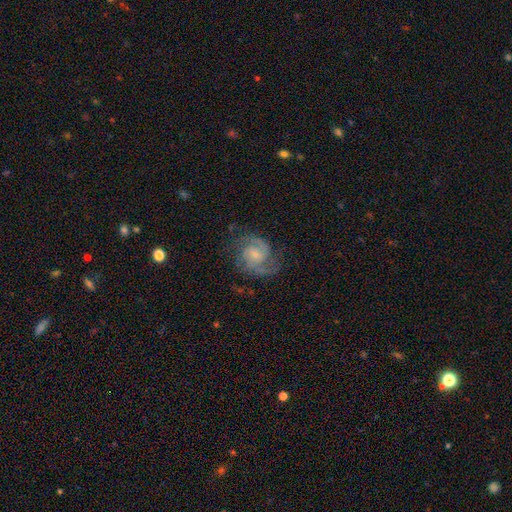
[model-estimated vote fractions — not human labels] Q: Smooth or featured?
A: featured or disk (85%); runner-up: smooth (8%)
Q: Edge-on disk?
A: no (98%); runner-up: yes (2%)
Q: Bar?
A: no (49%); runner-up: weak (43%)
Q: Spiral arms?
A: yes (97%); runner-up: no (3%)
Q: Spiral winding?
A: medium (51%); runner-up: tight (37%)
Q: Spiral arm count?
A: 2 (81%); runner-up: 3 (7%)
Q: Bulge size?
A: small (49%); runner-up: moderate (30%)
Q: Merging?
A: none (75%); runner-up: minor disturbance (16%)